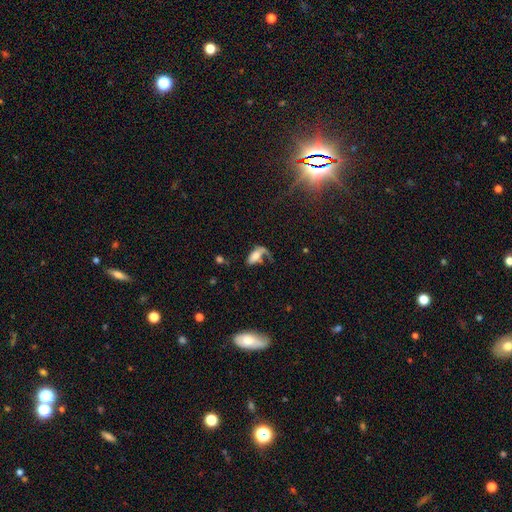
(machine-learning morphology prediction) smooth 57%, featured or disk 34%, star or artifact 10%. Down the decision tree: how rounded — in between (82%); merging — major disturbance (39%).